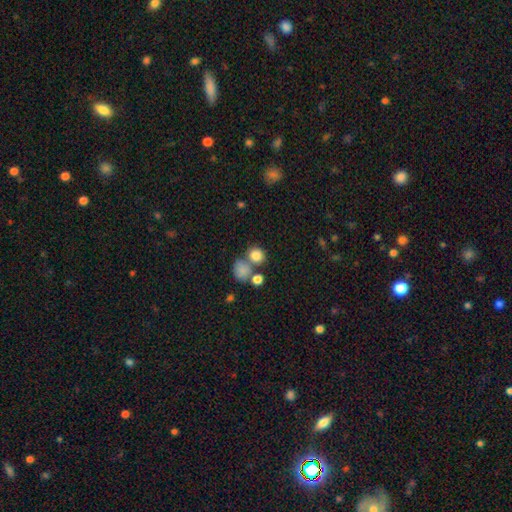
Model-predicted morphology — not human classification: smooth 80%, star or artifact 12%, featured or disk 8%. Down the decision tree: how rounded — round (79%); merging — none (55%).